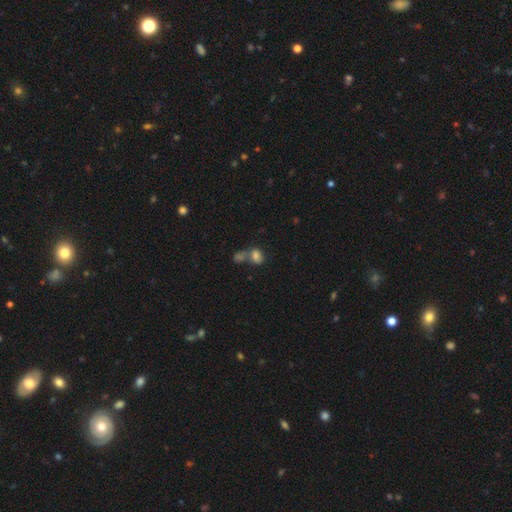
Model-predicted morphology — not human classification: smooth_or_featured: smooth (p=0.76) [alt: star or artifact p=0.13]
how_rounded: in between (p=0.71) [alt: round p=0.28]
merging: merger (p=0.58) [alt: none p=0.27]